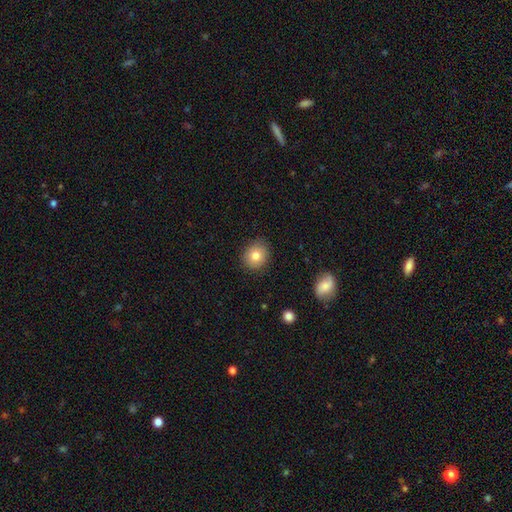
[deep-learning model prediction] Smooth or featured?
  - smooth: 80% *
  - featured or disk: 10%
  - star or artifact: 10%
How rounded?
  - round: 77% *
  - in between: 22%
  - cigar-shaped: 1%
Merging?
  - none: 88% *
  - minor disturbance: 9%
  - major disturbance: 2%
  - merger: 1%